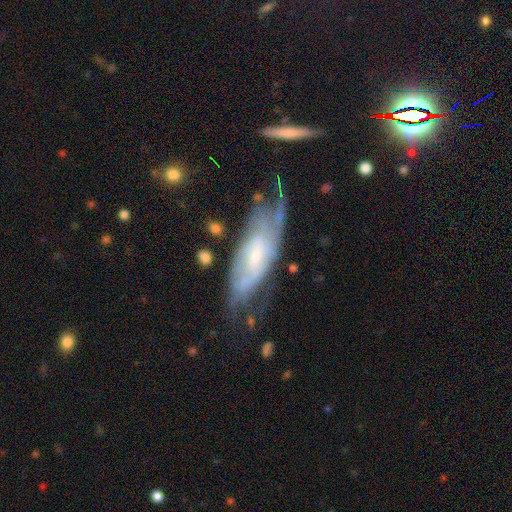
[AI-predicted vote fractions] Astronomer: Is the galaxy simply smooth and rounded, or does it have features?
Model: featured or disk — 76%.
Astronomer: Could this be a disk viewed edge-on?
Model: no — 84%.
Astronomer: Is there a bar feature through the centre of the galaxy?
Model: no — 47% (runner-up: weak, 40%).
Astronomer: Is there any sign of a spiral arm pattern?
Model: yes — 85%.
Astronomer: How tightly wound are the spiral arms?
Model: tight — 46% (runner-up: medium, 37%).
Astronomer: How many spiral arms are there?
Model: can't tell — 48% (runner-up: 2, 31%).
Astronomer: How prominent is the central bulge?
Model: small — 61%.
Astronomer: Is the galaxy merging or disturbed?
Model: none — 48% (runner-up: minor disturbance, 26%).